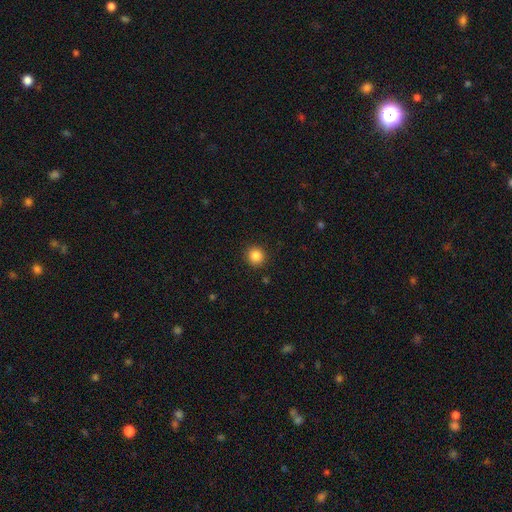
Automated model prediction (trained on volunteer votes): Morphology: type=smooth (86%); roundness=round (93%); merging=none (92%).